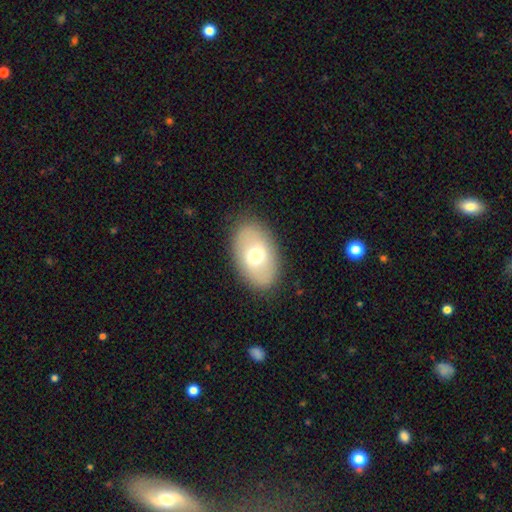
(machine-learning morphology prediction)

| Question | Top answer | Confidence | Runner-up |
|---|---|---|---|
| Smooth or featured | smooth | 61% | featured or disk (32%) |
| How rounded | in between | 89% | round (10%) |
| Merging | none | 85% | minor disturbance (10%) |